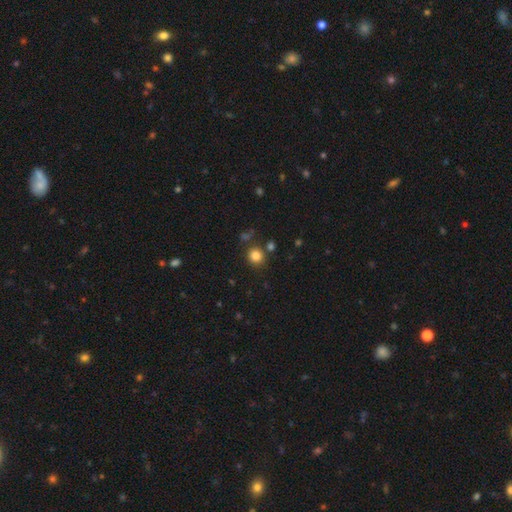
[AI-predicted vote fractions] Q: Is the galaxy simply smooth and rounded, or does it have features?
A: smooth — 83%.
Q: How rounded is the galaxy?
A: round — 86%.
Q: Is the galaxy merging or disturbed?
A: none — 82%.